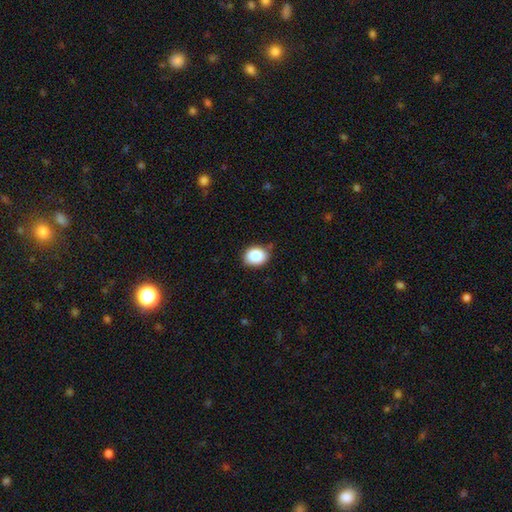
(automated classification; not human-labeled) The model was most divided on "how rounded": in between: 54%, round: 45%, cigar-shaped: 1%. More confident: smooth or featured — smooth (87%); merging — none (82%).